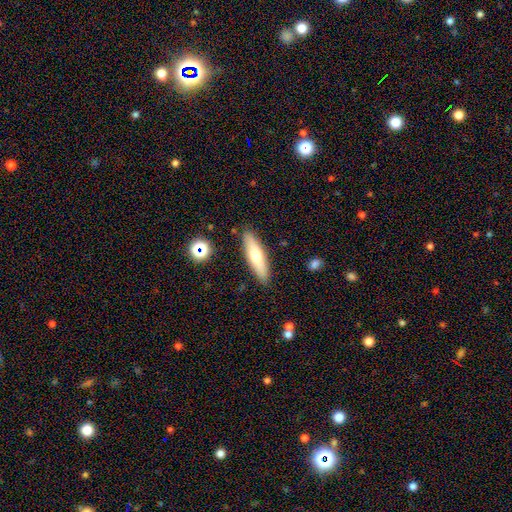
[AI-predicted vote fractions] A smooth galaxy with no disk features (63%) that is cigar-shaped (70%).

Vote fractions:
- Smooth or featured? smooth: 63% / featured or disk: 31% / star or artifact: 6%
- How rounded? cigar-shaped: 70% / in between: 28% / round: 2%
- Merging? none: 87% / minor disturbance: 9% / major disturbance: 2% / merger: 2%